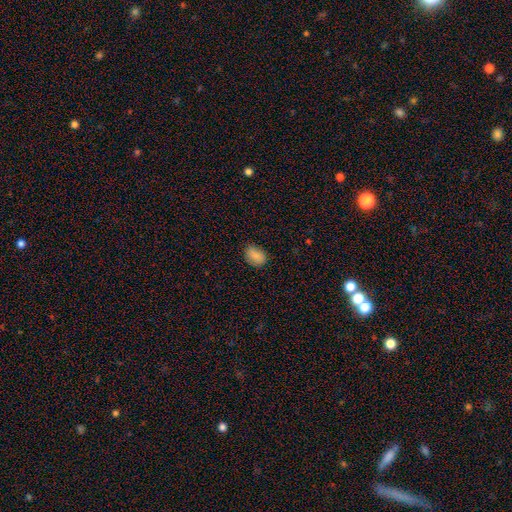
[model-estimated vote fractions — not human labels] smooth 86%, star or artifact 9%, featured or disk 5%. Down the decision tree: how rounded — in between (79%); merging — none (80%).